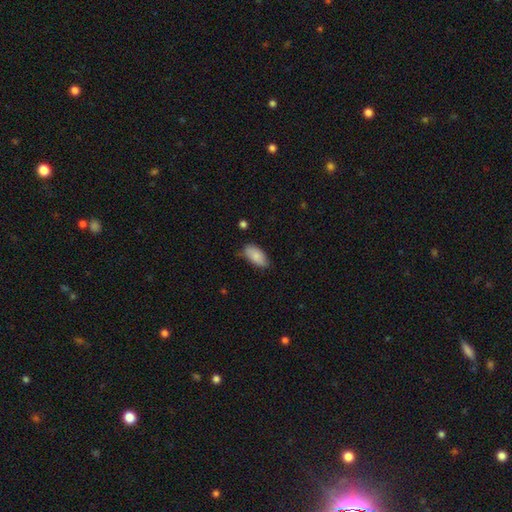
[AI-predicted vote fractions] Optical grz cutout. It shows a smooth galaxy with no disk features (83%) that is in between round and cigar-shaped (93%). Merging: none (72%).